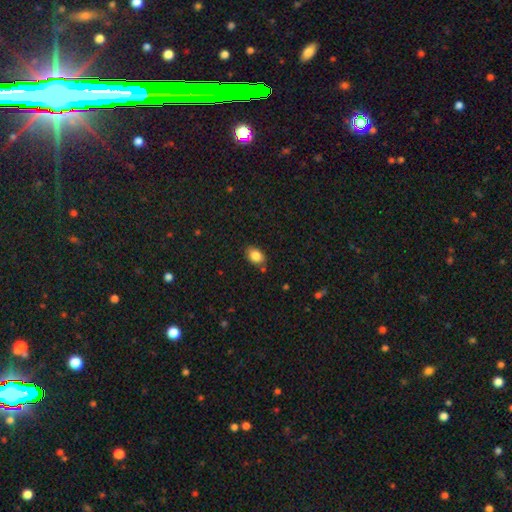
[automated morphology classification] type=smooth (85%); roundness=in between (81%); merging=none (77%).